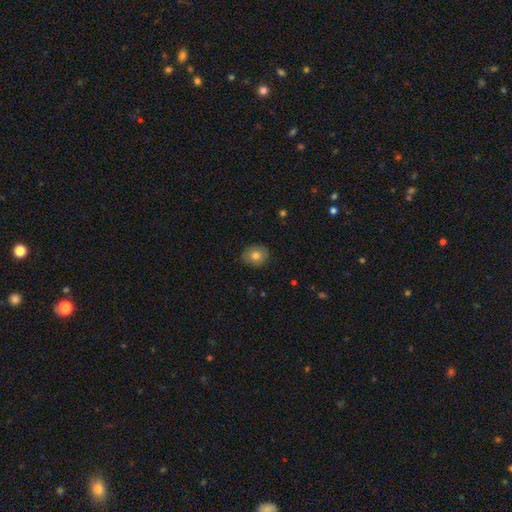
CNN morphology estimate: This appears to be a smooth galaxy with no disk features (77%) that is round (61%). Merging: none (83%).